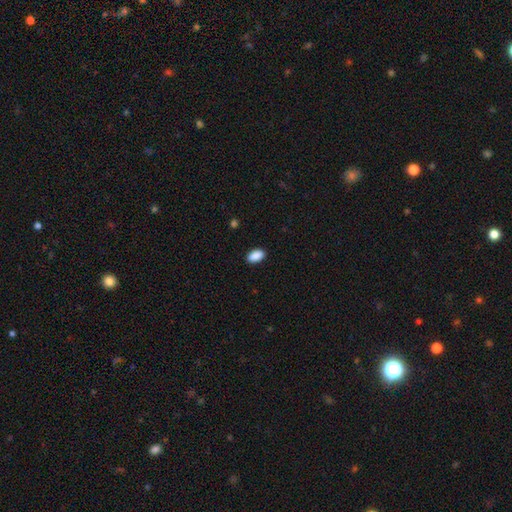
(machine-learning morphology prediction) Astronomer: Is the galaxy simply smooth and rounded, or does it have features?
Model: smooth — 90%.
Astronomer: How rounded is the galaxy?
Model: in between — 94%.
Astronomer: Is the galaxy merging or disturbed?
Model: none — 89%.